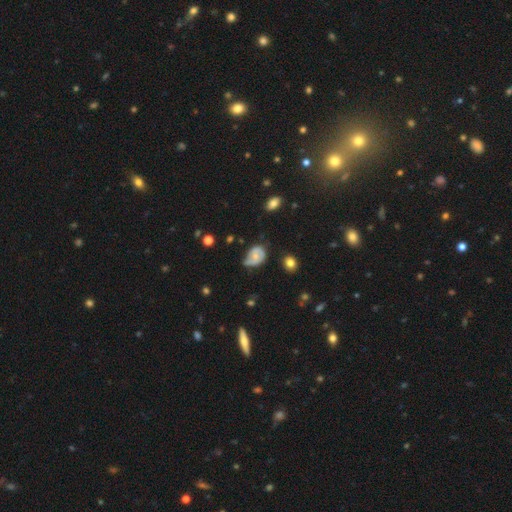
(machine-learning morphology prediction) Smooth or featured? featured or disk (48%)
Merging? minor disturbance (43%)